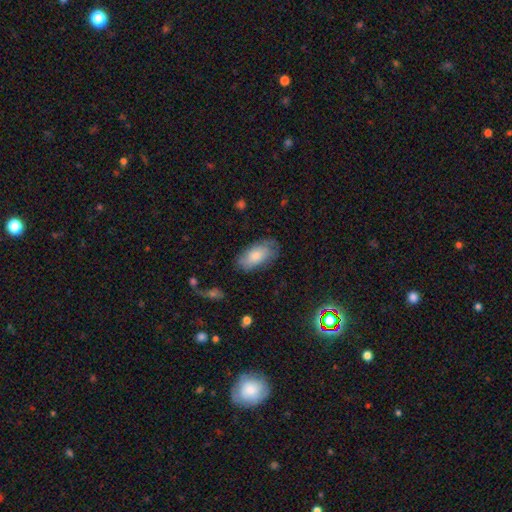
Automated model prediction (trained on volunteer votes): smooth_or_featured: smooth (p=0.75) [alt: featured or disk p=0.19]
how_rounded: in between (p=0.92) [alt: cigar-shaped p=0.04]
merging: none (p=0.71) [alt: minor disturbance p=0.21]